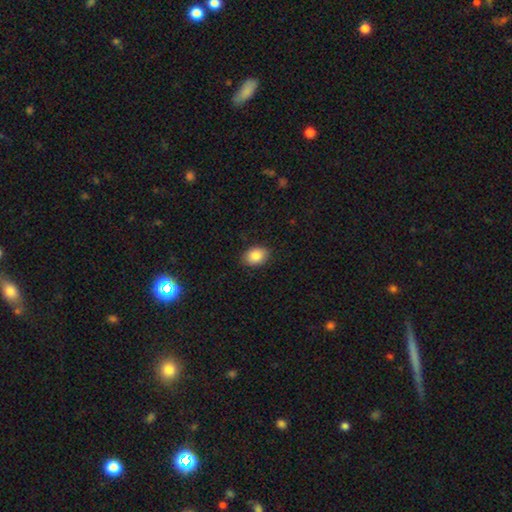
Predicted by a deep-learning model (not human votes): smooth 86%, star or artifact 8%, featured or disk 6%. Down the decision tree: how rounded — in between (75%); merging — none (88%).